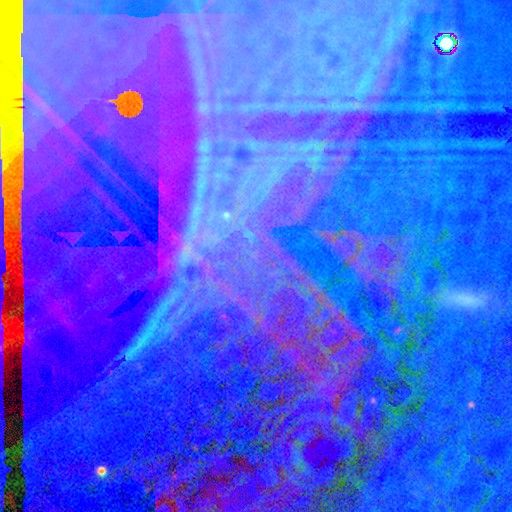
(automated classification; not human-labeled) Smooth or featured? Predicted: star or artifact (p=0.88).